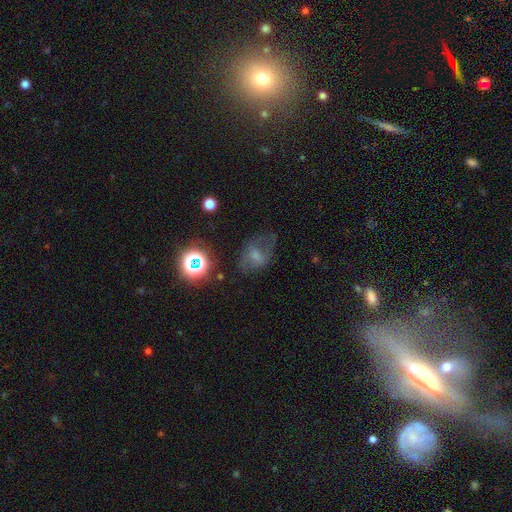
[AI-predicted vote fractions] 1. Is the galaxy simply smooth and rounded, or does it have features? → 48% smooth, 32% featured or disk, 19% star or artifact.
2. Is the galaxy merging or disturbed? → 48% none, 25% major disturbance, 24% minor disturbance, 3% merger.